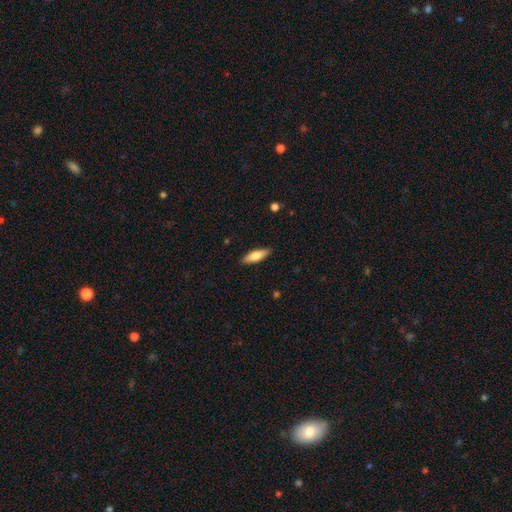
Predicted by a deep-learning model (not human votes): A smooth galaxy with no disk features (72%) that is cigar-shaped (50%).

Vote fractions:
- Smooth or featured? smooth: 72% / featured or disk: 23% / star or artifact: 6%
- How rounded? cigar-shaped: 50% / in between: 48% / round: 2%
- Merging? none: 88% / minor disturbance: 9% / major disturbance: 2% / merger: 1%